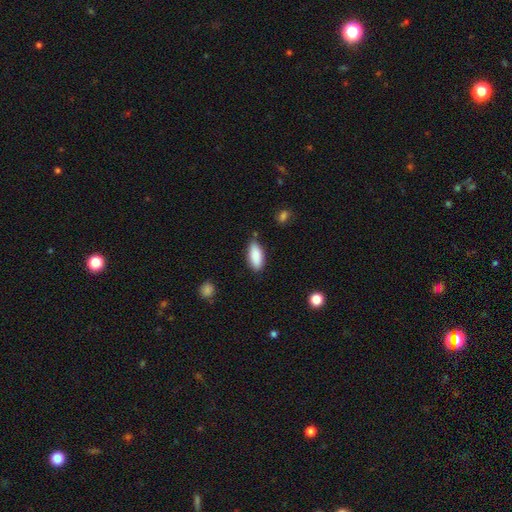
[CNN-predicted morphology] Q: Smooth or featured?
A: smooth (87%); runner-up: featured or disk (6%)
Q: How rounded?
A: in between (83%); runner-up: cigar-shaped (15%)
Q: Merging?
A: none (80%); runner-up: minor disturbance (15%)